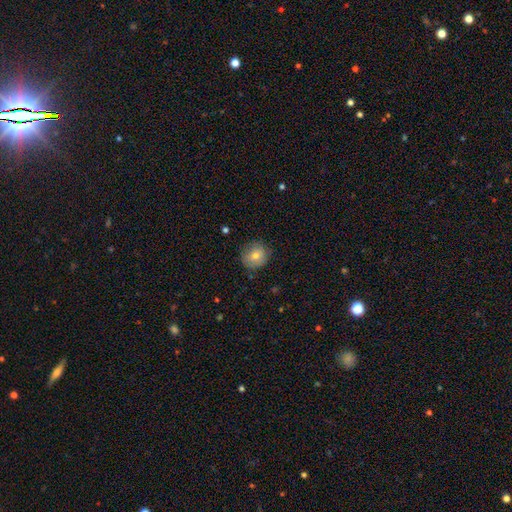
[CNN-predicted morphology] Smooth or featured: smooth — 74% (featured or disk — 16%)
How rounded: round — 88% (in between — 11%)
Merging: none — 81% (minor disturbance — 14%)